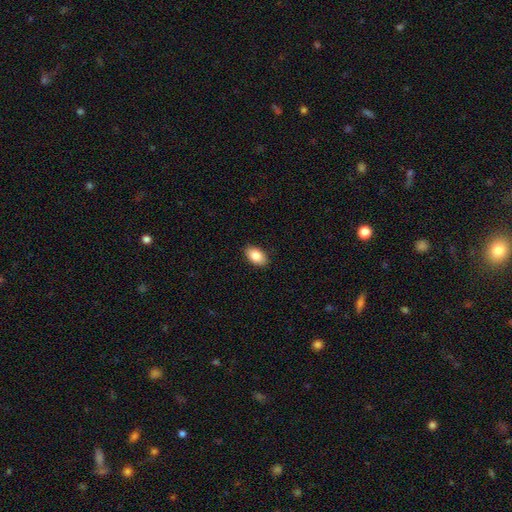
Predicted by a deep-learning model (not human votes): This is clearly a smooth galaxy (86%). How rounded: clearly in between (92%). Merging: clearly none (89%).